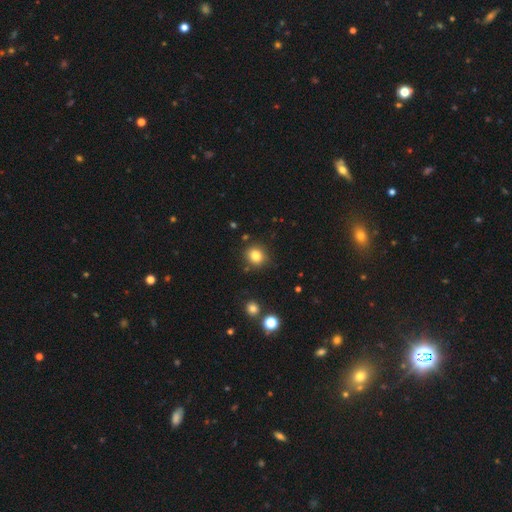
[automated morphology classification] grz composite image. It shows a smooth galaxy with no disk features (83%) that is round (80%). Merging: none (85%).